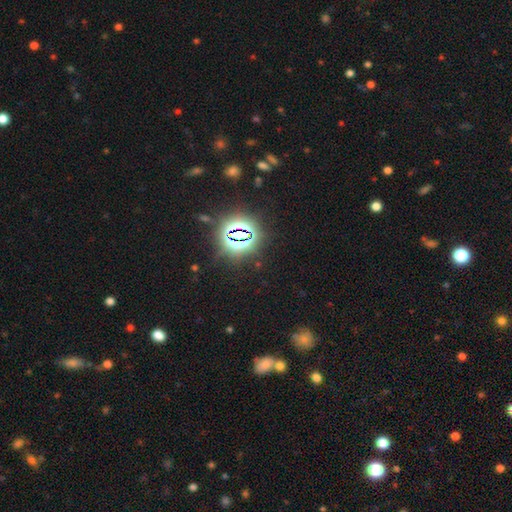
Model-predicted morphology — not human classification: star or artifact 80%, smooth 13%, featured or disk 7%.